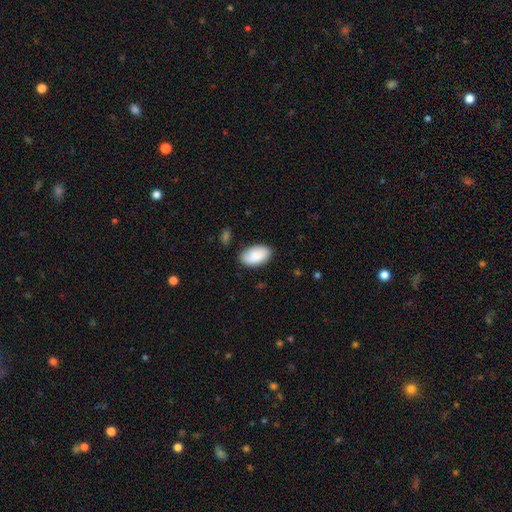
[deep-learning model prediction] Smooth or featured?
  - smooth: 86% *
  - featured or disk: 8%
  - star or artifact: 6%
How rounded?
  - in between: 95% *
  - round: 4%
  - cigar-shaped: 2%
Merging?
  - none: 81% *
  - minor disturbance: 14%
  - major disturbance: 3%
  - merger: 2%